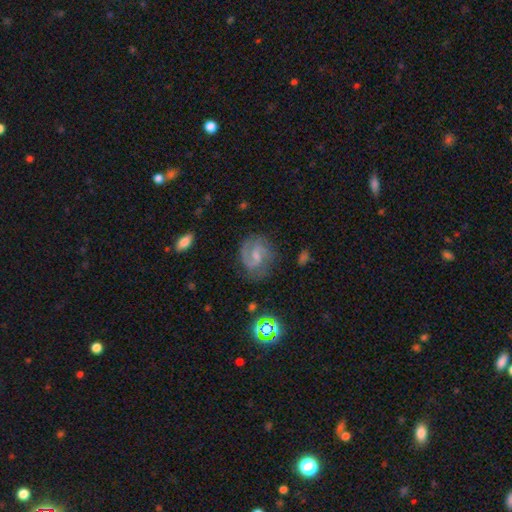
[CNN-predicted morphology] A featured or disk galaxy (80%) with a weak bar (57%), 2 (81%) medium (53%) spiral arms (95%) and a small central bulge (51%). Merging: none (72%).